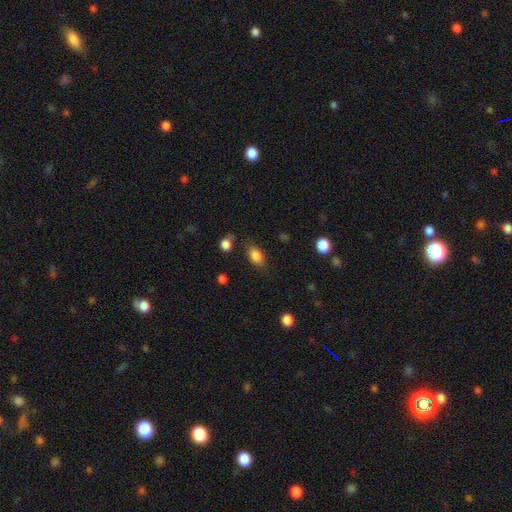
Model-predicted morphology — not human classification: Q: Smooth or featured?
A: smooth (84%); runner-up: star or artifact (9%)
Q: How rounded?
A: in between (86%); runner-up: round (10%)
Q: Merging?
A: none (75%); runner-up: minor disturbance (16%)